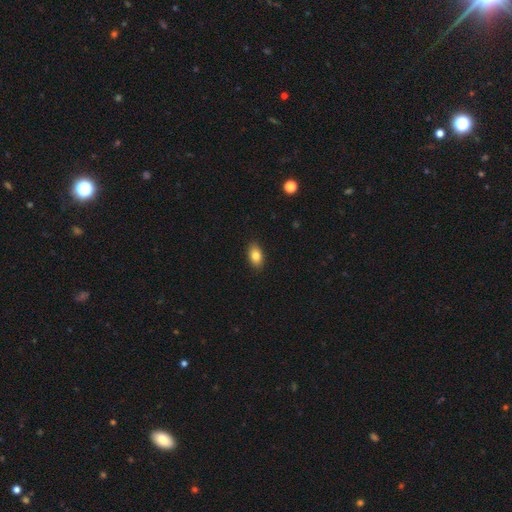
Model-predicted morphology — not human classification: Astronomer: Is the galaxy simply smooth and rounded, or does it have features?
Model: smooth — 83%.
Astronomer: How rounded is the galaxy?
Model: in between — 88%.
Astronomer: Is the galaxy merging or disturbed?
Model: none — 89%.